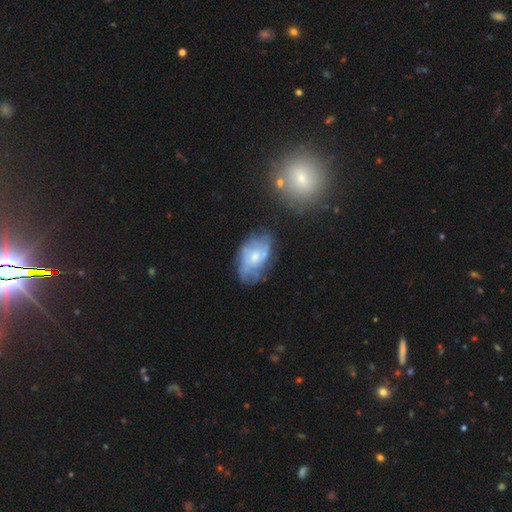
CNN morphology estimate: A featured or disk galaxy (57%) with no bar (80%), no spiral arms (52%) and a small central bulge (48%).

Vote fractions:
- Smooth or featured? featured or disk: 57% / smooth: 35% / star or artifact: 9%
- Edge-on disk? no: 94% / yes: 6%
- Bar? no: 80% / weak: 17% / strong: 3%
- Spiral arms? no: 52% / yes: 48%
- Bulge size? small: 48% / moderate: 41% / none: 6% / large: 4% / dominant: 1%
- Merging? none: 52% / minor disturbance: 26% / major disturbance: 15% / merger: 6%